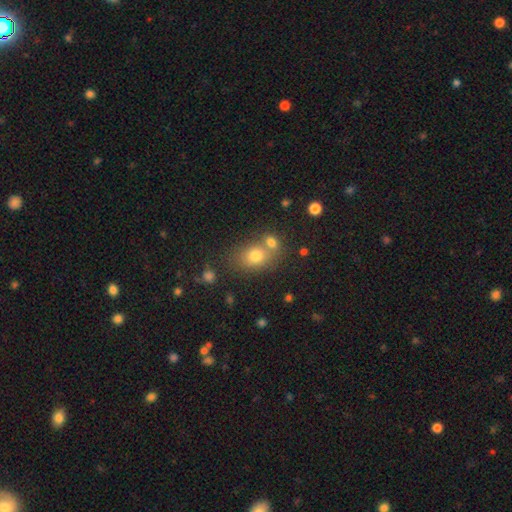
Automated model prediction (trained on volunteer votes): A smooth galaxy with no disk features (75%) that is in between round and cigar-shaped (55%). Merging: none (51%).